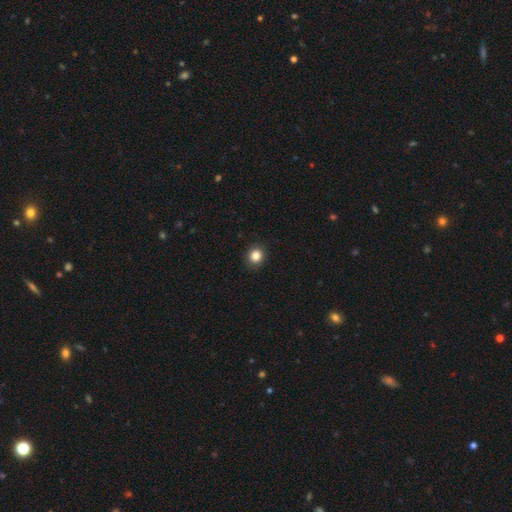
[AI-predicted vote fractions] A smooth galaxy with no disk features (85%) that is round (83%). Merging: none (91%).